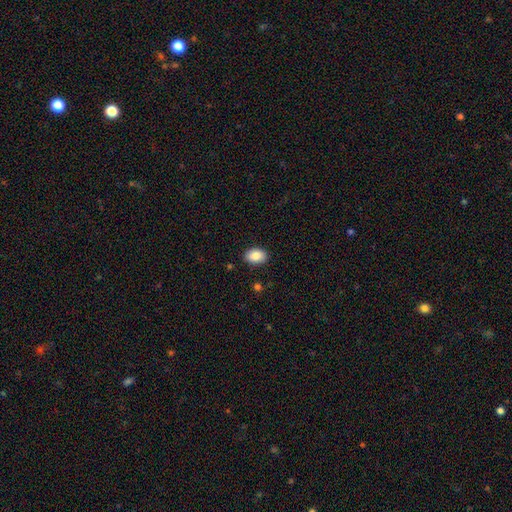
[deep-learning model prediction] Smooth or featured?
  - smooth: 88% *
  - star or artifact: 7%
  - featured or disk: 5%
How rounded?
  - in between: 85% *
  - round: 13%
  - cigar-shaped: 1%
Merging?
  - none: 88% *
  - minor disturbance: 9%
  - major disturbance: 2%
  - merger: 1%